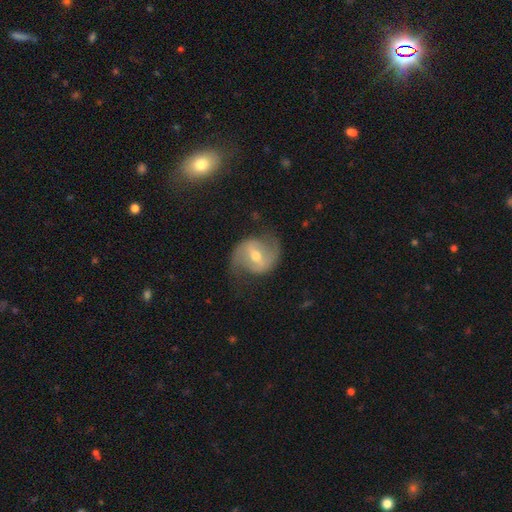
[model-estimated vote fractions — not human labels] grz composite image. It shows a featured or disk galaxy (81%) with a weak bar (46%), 2 (90%) medium (46%) spiral arms (91%) and a moderate central bulge (60%). Merging: none (73%).